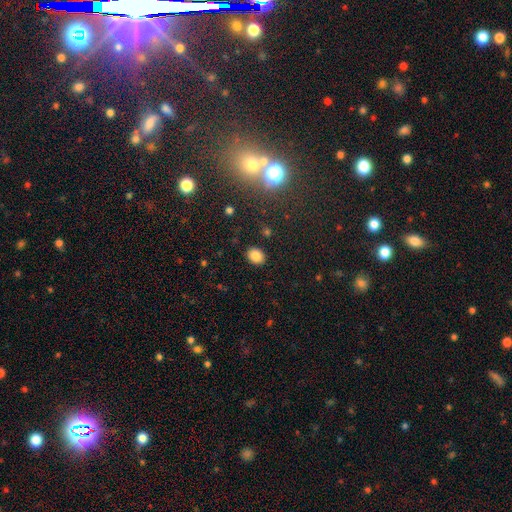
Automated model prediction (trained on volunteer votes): smooth-or-featured: smooth: 83% | star or artifact: 11% | featured or disk: 6%
  how-rounded: in between: 58% | round: 41% | cigar-shaped: 1%
  merging: none: 88% | minor disturbance: 8% | major disturbance: 2% | merger: 2%